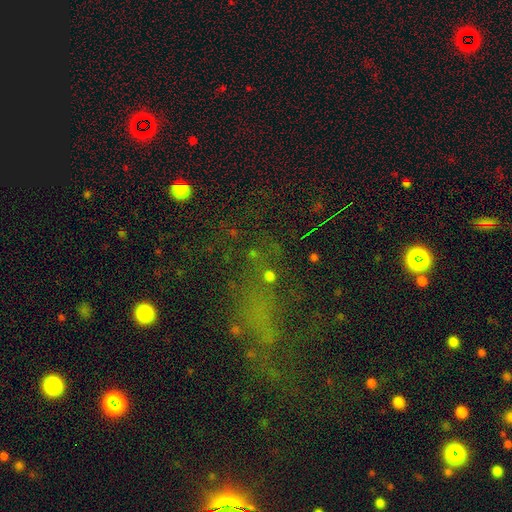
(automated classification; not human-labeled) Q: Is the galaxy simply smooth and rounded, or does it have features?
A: star or artifact — 50%.